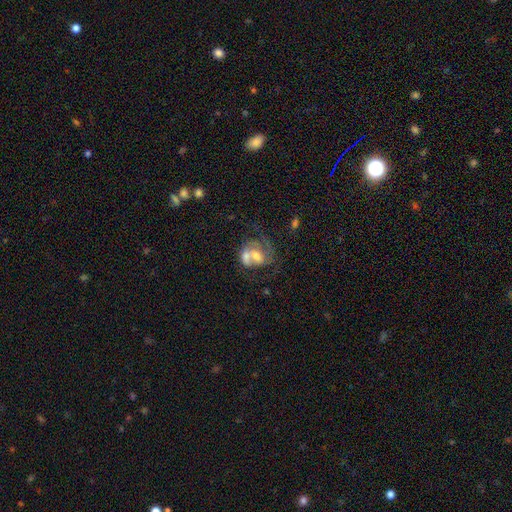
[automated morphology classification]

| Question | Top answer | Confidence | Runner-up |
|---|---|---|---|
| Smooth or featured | featured or disk | 55% | smooth (37%) |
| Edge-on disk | no | 97% | yes (3%) |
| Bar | no | 65% | weak (26%) |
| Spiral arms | yes | 55% | no (45%) |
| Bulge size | moderate | 57% | small (18%) |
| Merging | merger | 61% | none (17%) |